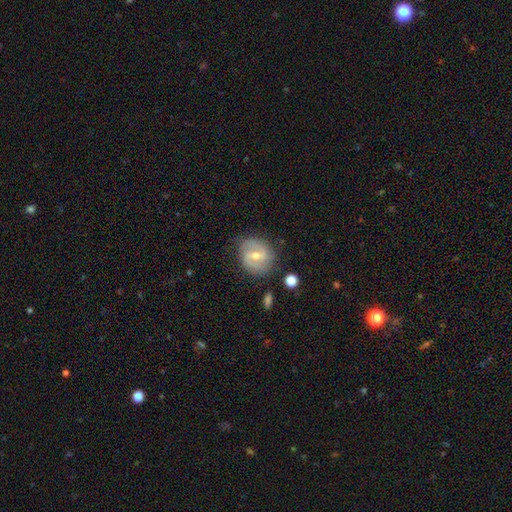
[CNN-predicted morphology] type=featured or disk (72%); edge-on=no (97%); bar=weak (56%); spiral arms=yes (88%); winding=medium (46%); arm count=2 (81%); bulge=moderate (56%); merging=none (74%).